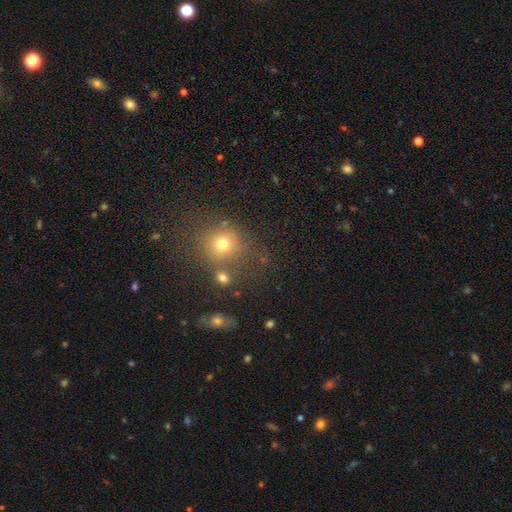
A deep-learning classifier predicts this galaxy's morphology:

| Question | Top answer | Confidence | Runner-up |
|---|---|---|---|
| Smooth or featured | smooth | 59% | star or artifact (31%) |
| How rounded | round | 80% | in between (18%) |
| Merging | none | 72% | minor disturbance (11%) |